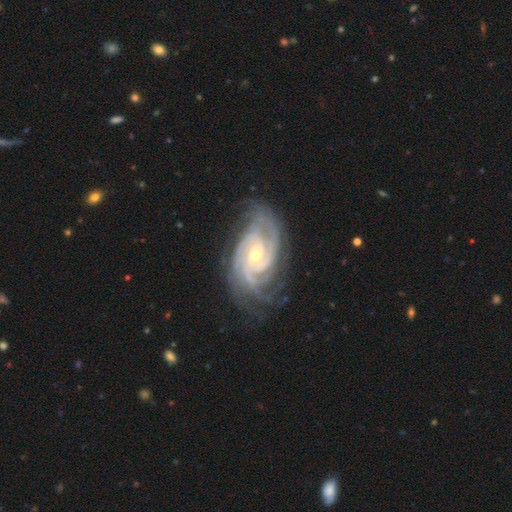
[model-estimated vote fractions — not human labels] smooth-or-featured: featured or disk: 93% | star or artifact: 4% | smooth: 3%
  disk-edge-on: no: 97% | yes: 3%
    bar: no: 52% | weak: 35% | strong: 13%
    has-spiral-arms: yes: 99% | no: 1%
      spiral-winding: tight: 70% | medium: 26% | loose: 4%
      spiral-arm-count: 3: 25% | 4: 23% | 2: 19% | can't tell: 17% | more than 4: 9% | 1: 7%
    bulge-size: small: 55% | moderate: 42% | large: 2% | none: 1% | dominant: 1%
  merging: none: 72% | minor disturbance: 19% | major disturbance: 7% | merger: 1%